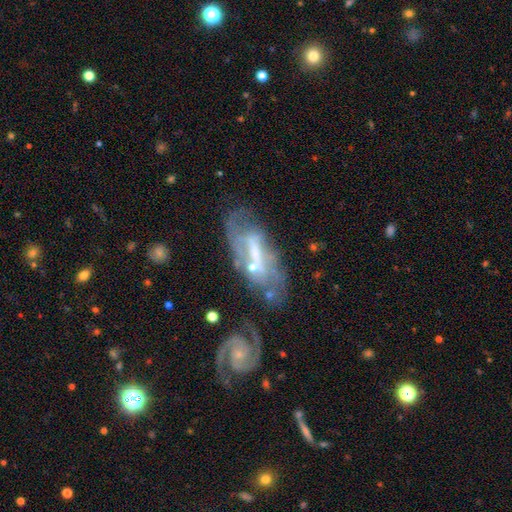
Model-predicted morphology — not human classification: Smooth or featured? Predicted: featured or disk (p=0.77). Edge-on disk? Predicted: no (p=0.87). Bar? Predicted: weak (p=0.40). Spiral arms? Predicted: yes (p=0.82). Spiral winding? Predicted: tight (p=0.46). Spiral arm count? Predicted: 2 (p=0.50). Bulge size? Predicted: small (p=0.49). Merging? Predicted: none (p=0.53).